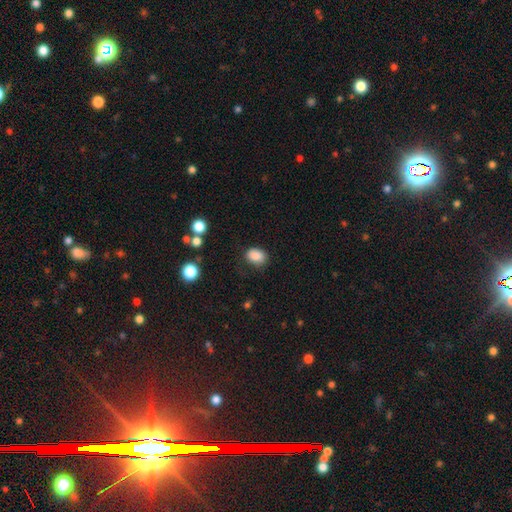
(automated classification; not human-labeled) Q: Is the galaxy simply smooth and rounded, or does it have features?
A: smooth — 86%.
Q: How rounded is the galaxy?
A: in between — 69%.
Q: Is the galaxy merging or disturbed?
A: none — 72%.